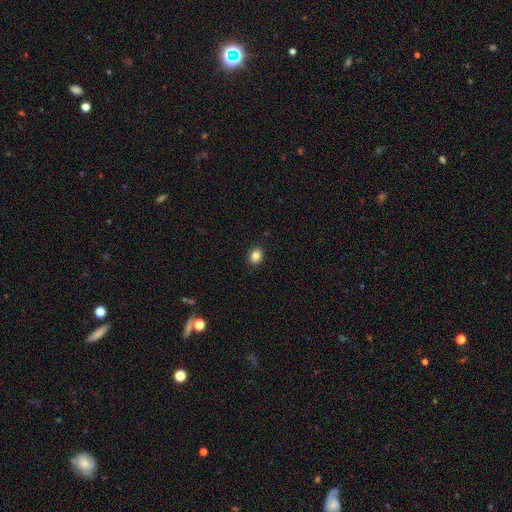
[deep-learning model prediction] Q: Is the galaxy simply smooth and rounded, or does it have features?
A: smooth — 85%.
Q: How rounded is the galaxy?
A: in between — 59%.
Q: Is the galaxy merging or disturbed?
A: none — 90%.